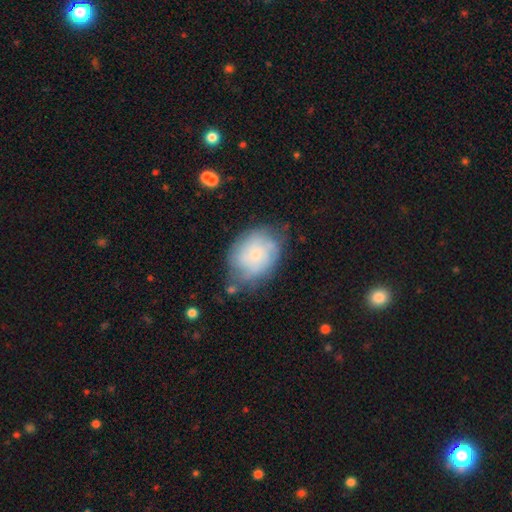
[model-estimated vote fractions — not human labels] A smooth galaxy with no disk features (49%). Merging: none (58%).